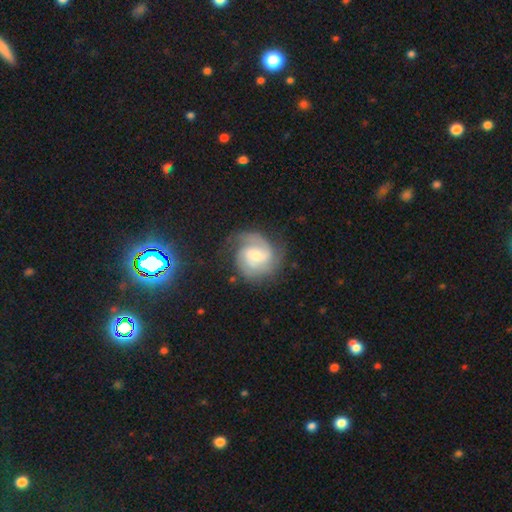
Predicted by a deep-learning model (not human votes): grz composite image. It shows a featured or disk galaxy (83%) with a weak bar (47%), 2 (54%) tight (45%) spiral arms (97%) and a moderate central bulge (50%). Merging: none (71%).